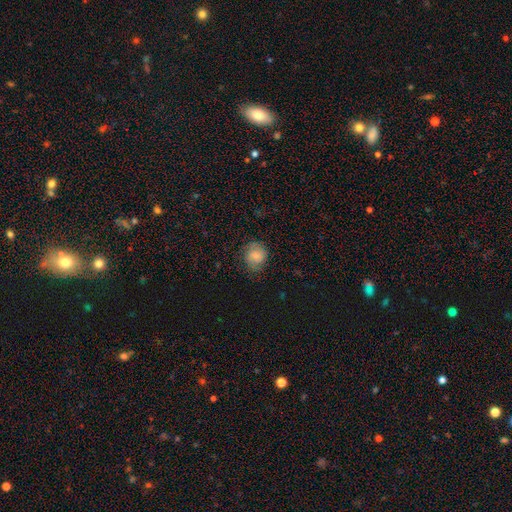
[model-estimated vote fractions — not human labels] The model was most divided on "smooth or featured": smooth: 69%, featured or disk: 22%, star or artifact: 10%. More confident: how rounded — round (78%); merging — none (72%).